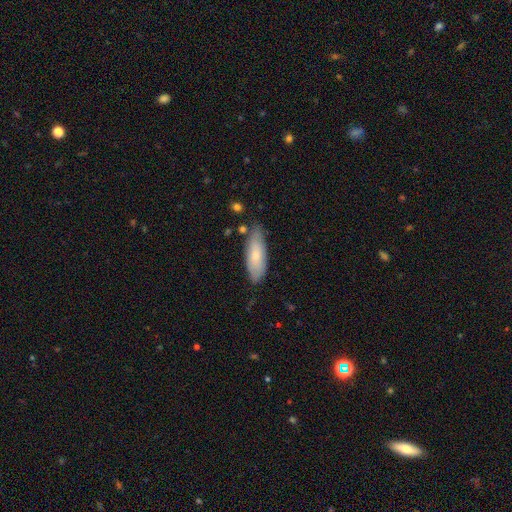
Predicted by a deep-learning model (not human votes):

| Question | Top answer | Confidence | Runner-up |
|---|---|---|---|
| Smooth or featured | smooth | 70% | featured or disk (24%) |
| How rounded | in between | 67% | cigar-shaped (31%) |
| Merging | none | 72% | minor disturbance (22%) |